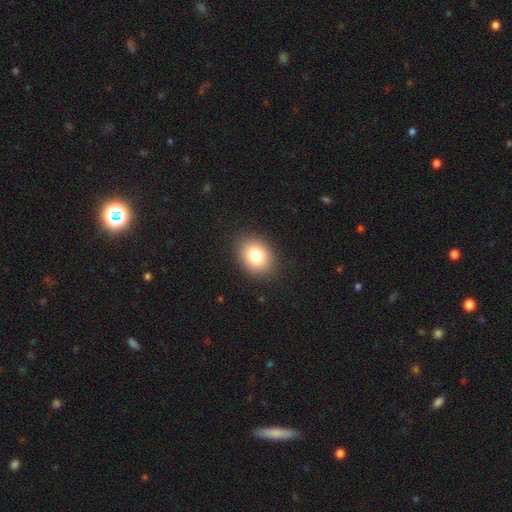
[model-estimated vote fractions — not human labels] smooth_or_featured: smooth (p=0.81) [alt: star or artifact p=0.10]
how_rounded: in between (p=0.58) [alt: round p=0.41]
merging: none (p=0.89) [alt: minor disturbance p=0.07]